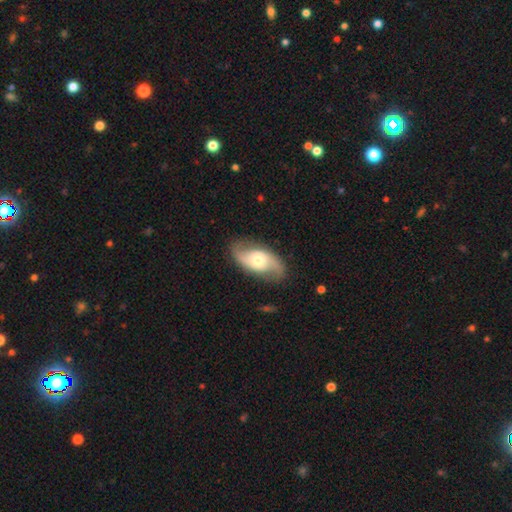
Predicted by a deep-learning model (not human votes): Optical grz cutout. It shows a featured or disk galaxy (76%) with no bar (65%), 2 (92%) loose (54%) spiral arms (92%) and a moderate central bulge (60%). Merging: none (81%).